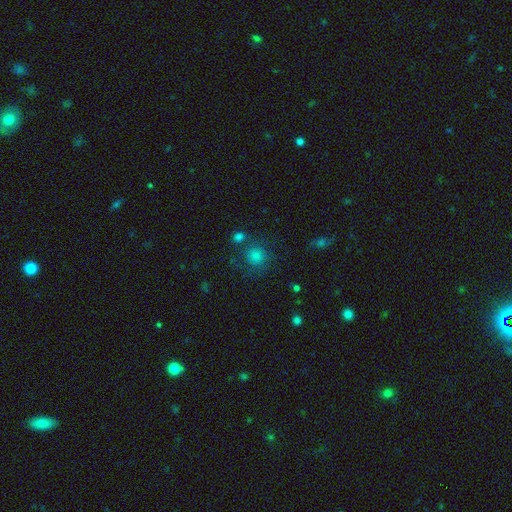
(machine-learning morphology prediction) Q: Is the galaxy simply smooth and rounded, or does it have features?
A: smooth — 68%.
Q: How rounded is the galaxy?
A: round — 89%.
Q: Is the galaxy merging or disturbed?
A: none — 70%.